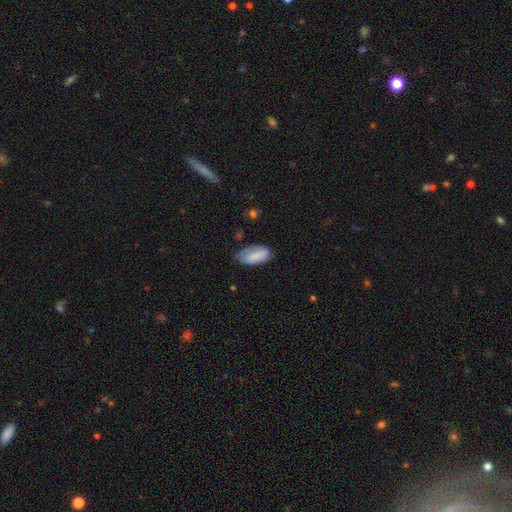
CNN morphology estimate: This is likely a smooth galaxy (79%). How rounded: clearly in between (93%). Merging: possibly none (52%).